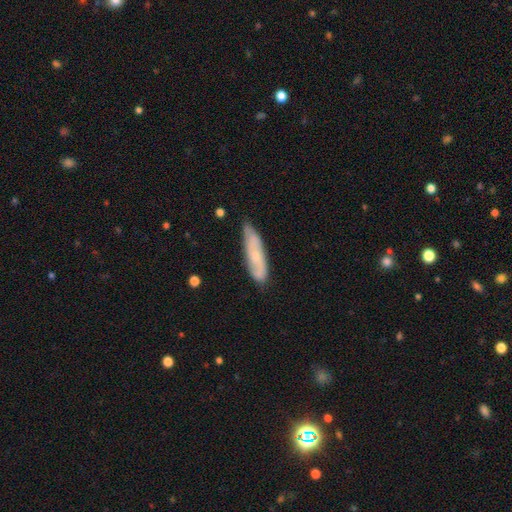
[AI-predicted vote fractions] smooth-or-featured: featured or disk: 52% | smooth: 41% | star or artifact: 7%
  disk-edge-on: no: 72% | yes: 28%
  merging: none: 69% | minor disturbance: 25% | major disturbance: 4% | merger: 2%